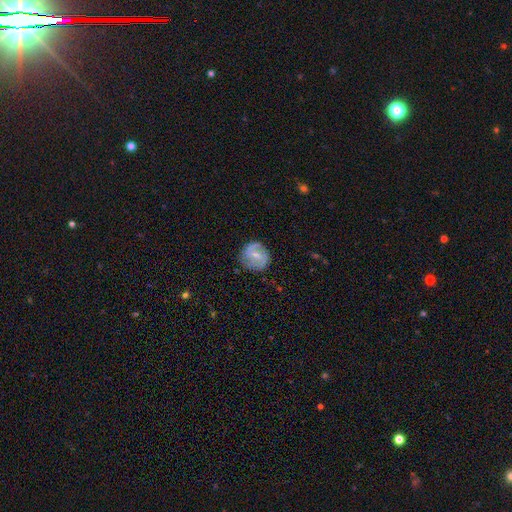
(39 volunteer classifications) A featured or disk galaxy (62%) with a weak bar (70%), 2 (90%) medium (57%) spiral arms (91%) and a moderate central bulge (57%).

Vote fractions:
- Smooth or featured? featured or disk: 62% / smooth: 31% / star or artifact: 8%
- Edge-on disk? no: 96% / yes: 4%
- Bar? weak: 70% / no: 17% / strong: 13%
- Spiral arms? yes: 91% / no: 9%
- Spiral winding? medium: 57% / loose: 24% / tight: 19%
- Spiral arm count? 2: 90% / can't tell: 10% / 1: 0% / 3: 0% / 4: 0% / more than 4: 0%
- Bulge size? moderate: 57% / small: 39% / none: 4% / dominant: 0% / large: 0%
- Merging? none: 69% / minor disturbance: 19% / major disturbance: 8% / merger: 3%